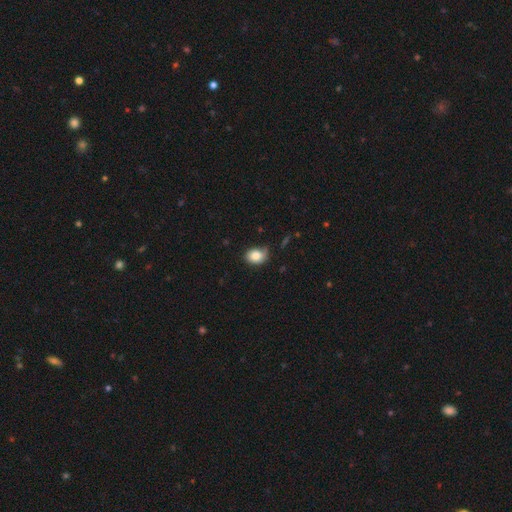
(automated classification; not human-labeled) smooth 84%, star or artifact 8%, featured or disk 8%. Down the decision tree: how rounded — in between (63%); merging — none (65%).